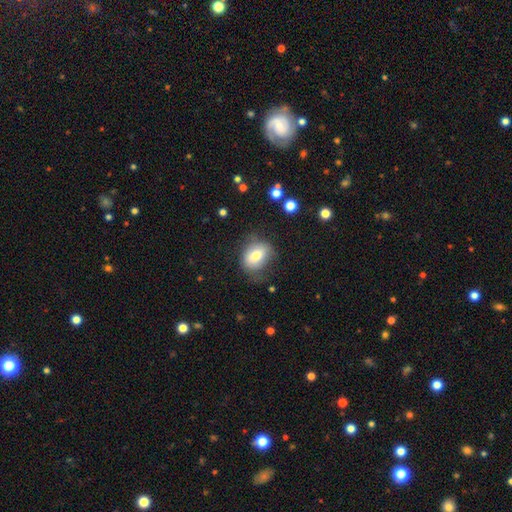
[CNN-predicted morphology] Q: Smooth or featured?
A: smooth (72%); runner-up: featured or disk (19%)
Q: How rounded?
A: in between (65%); runner-up: round (34%)
Q: Merging?
A: none (59%); runner-up: minor disturbance (27%)